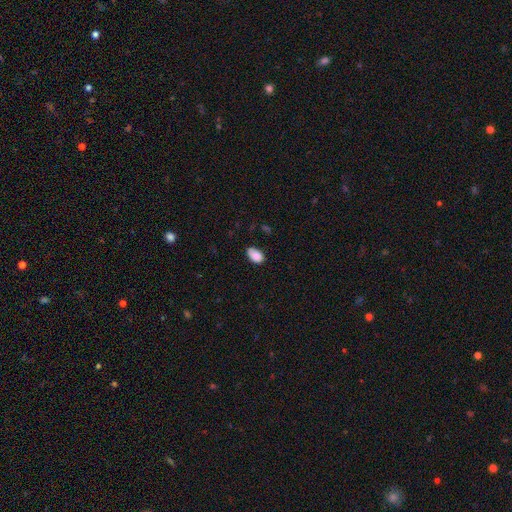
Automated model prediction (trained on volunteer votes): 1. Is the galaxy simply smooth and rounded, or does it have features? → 86% smooth, 8% star or artifact, 7% featured or disk.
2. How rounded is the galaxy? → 90% in between, 8% round, 1% cigar-shaped.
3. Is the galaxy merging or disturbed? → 61% none, 30% minor disturbance, 6% major disturbance, 3% merger.